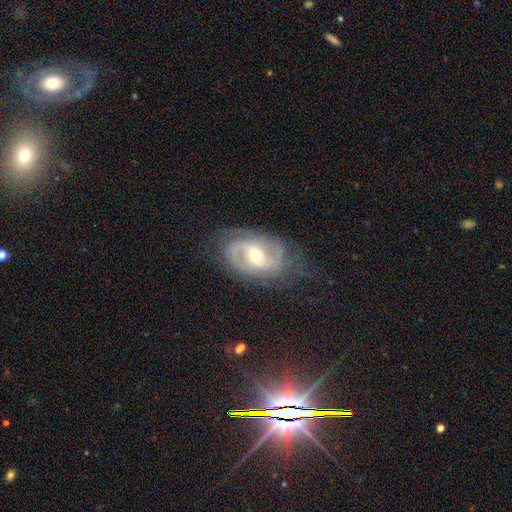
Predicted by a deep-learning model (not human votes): Smooth or featured? featured or disk (86%)
Edge-on disk? no (97%)
Bar? weak (47%)
Spiral arms? yes (95%)
Spiral winding? medium (45%)
Spiral arm count? 2 (74%)
Bulge size? moderate (61%)
Merging? none (68%)